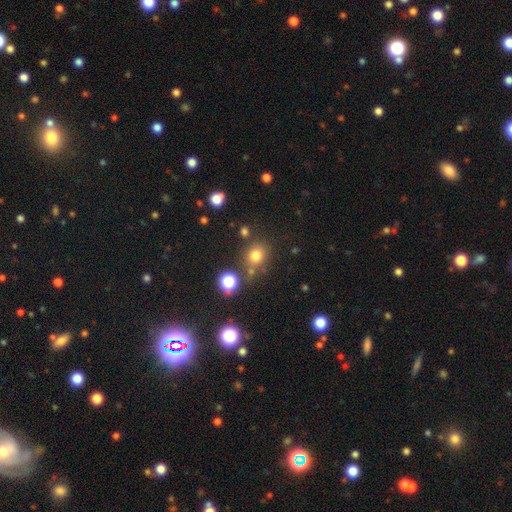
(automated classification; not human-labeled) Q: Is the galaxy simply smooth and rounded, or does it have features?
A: smooth — 74%.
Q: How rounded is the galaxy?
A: round — 79%.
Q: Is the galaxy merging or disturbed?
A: none — 73%.